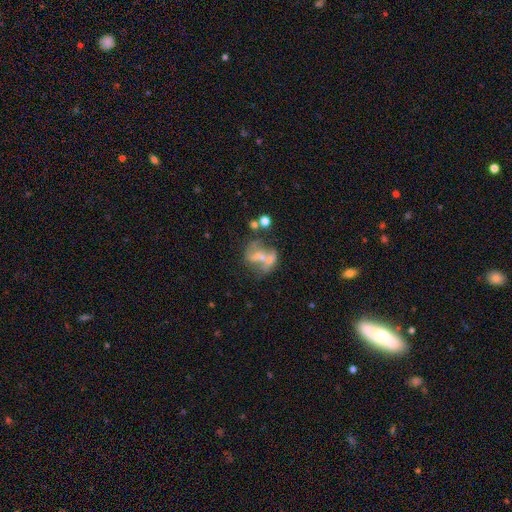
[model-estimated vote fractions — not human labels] A featured or disk galaxy (56%) with no bar (68%), no spiral arms (63%) and a small central bulge (44%). Merging: merger (48%).